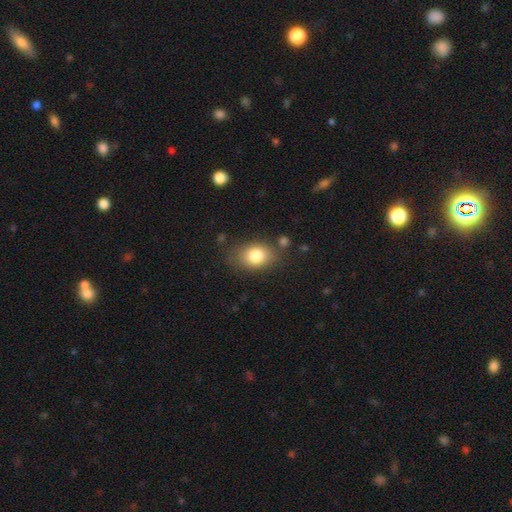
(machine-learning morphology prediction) A smooth galaxy with no disk features (81%) that is in between round and cigar-shaped (72%).

Vote fractions:
- Smooth or featured? smooth: 81% / featured or disk: 10% / star or artifact: 9%
- How rounded? in between: 72% / round: 27% / cigar-shaped: 1%
- Merging? none: 75% / minor disturbance: 16% / major disturbance: 5% / merger: 4%